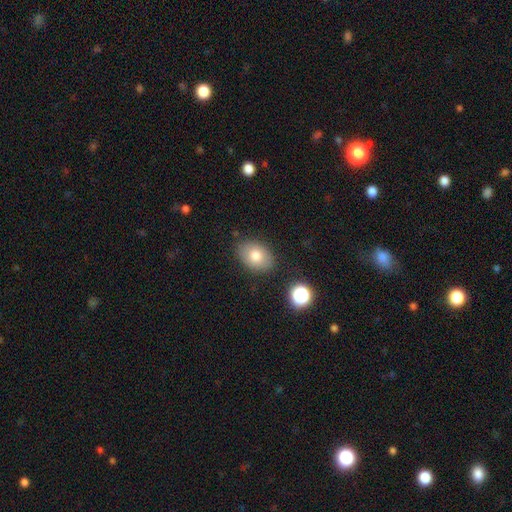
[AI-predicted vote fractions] The model was most divided on "how rounded": in between: 77%, round: 22%, cigar-shaped: 1%. More confident: merging — none (83%); smooth or featured — smooth (79%).